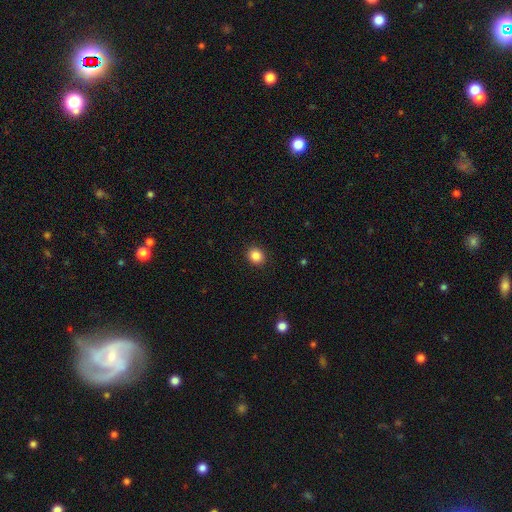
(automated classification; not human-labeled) The model was most divided on "how rounded": round: 78%, in between: 21%, cigar-shaped: 1%. More confident: merging — none (91%); smooth or featured — smooth (86%).